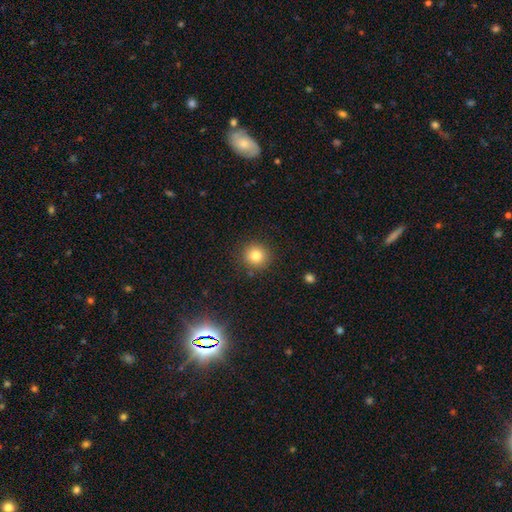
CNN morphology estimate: smooth_or_featured: smooth (p=0.80) [alt: star or artifact p=0.12]
how_rounded: round (p=0.92) [alt: in between p=0.07]
merging: none (p=0.89) [alt: minor disturbance p=0.07]